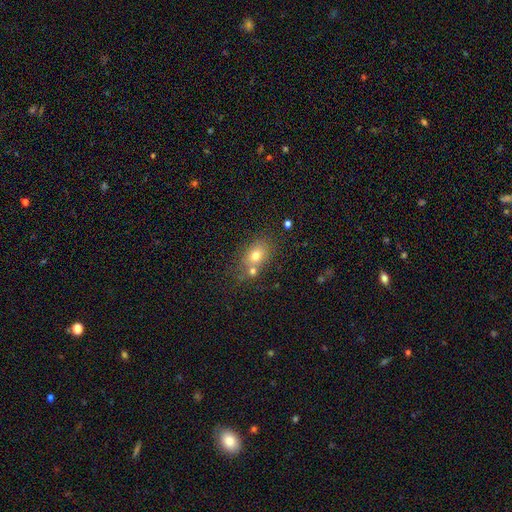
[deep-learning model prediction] A smooth galaxy with no disk features (72%) that is in between round and cigar-shaped (57%). Merging: none (52%).